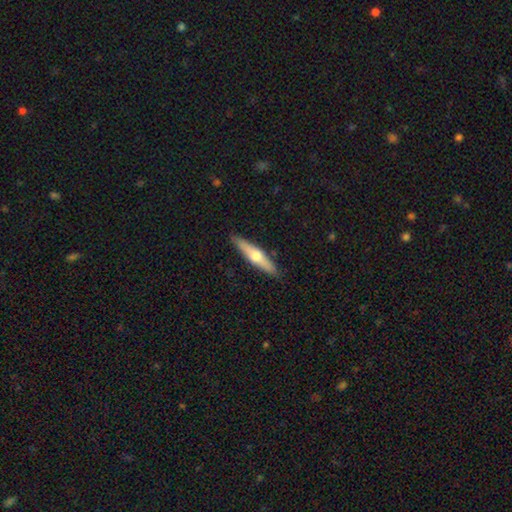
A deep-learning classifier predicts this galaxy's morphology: This appears to be a featured or disk galaxy (51%) viewed edge-on (92%). Merging: none (89%).